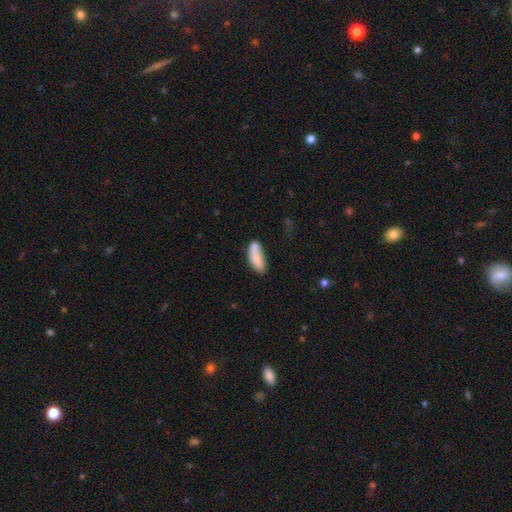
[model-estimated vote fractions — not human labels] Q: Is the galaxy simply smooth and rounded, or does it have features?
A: smooth — 83%.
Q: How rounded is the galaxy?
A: in between — 66%.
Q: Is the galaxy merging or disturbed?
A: none — 56%.